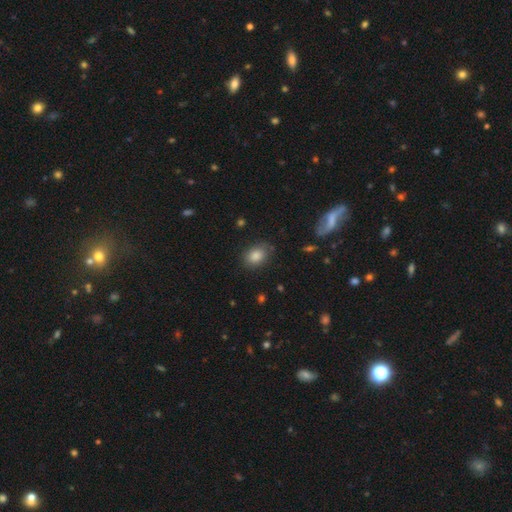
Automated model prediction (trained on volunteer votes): Smooth or featured? Predicted: smooth (p=0.83). How rounded? Predicted: in between (p=0.68). Merging? Predicted: none (p=0.78).